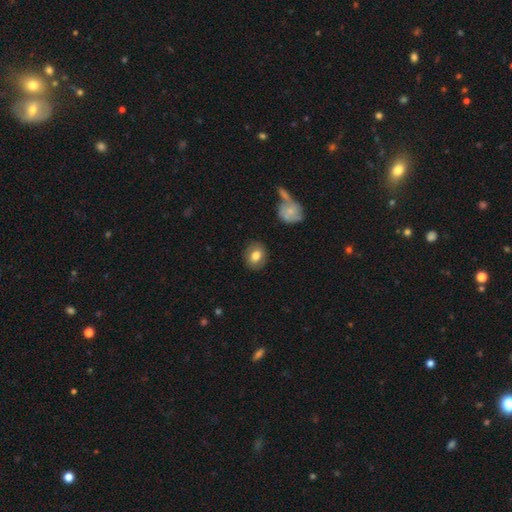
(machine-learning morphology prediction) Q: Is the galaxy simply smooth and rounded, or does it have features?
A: smooth — 79%.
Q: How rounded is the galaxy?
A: round — 62%.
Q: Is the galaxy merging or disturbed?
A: none — 87%.